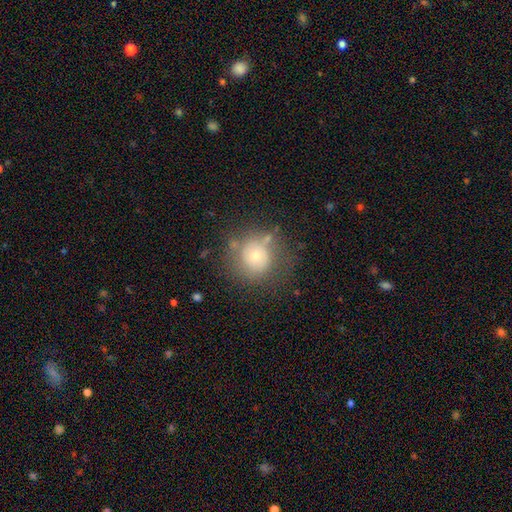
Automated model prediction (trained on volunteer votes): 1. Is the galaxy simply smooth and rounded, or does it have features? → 57% smooth, 31% featured or disk, 12% star or artifact.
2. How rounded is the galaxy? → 88% round, 11% in between, 1% cigar-shaped.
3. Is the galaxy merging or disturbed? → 65% none, 19% minor disturbance, 11% major disturbance, 5% merger.